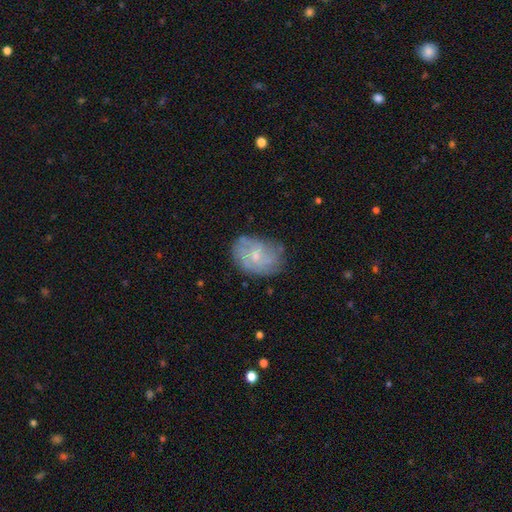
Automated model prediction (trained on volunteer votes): Smooth or featured: featured or disk — 54% (smooth — 38%)
Edge-on disk: no — 97% (yes — 3%)
Bar: no — 68% (weak — 28%)
Spiral arms: yes — 58% (no — 42%)
Bulge size: small — 62% (moderate — 29%)
Merging: none — 65% (minor disturbance — 23%)